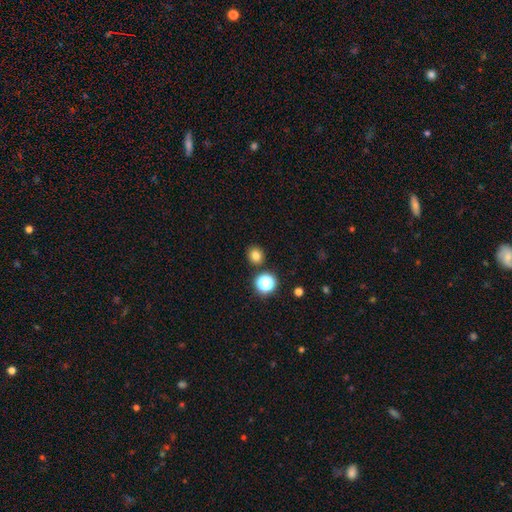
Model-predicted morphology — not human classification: Q: Smooth or featured?
A: smooth (78%); runner-up: star or artifact (16%)
Q: How rounded?
A: round (89%); runner-up: in between (10%)
Q: Merging?
A: none (88%); runner-up: minor disturbance (6%)